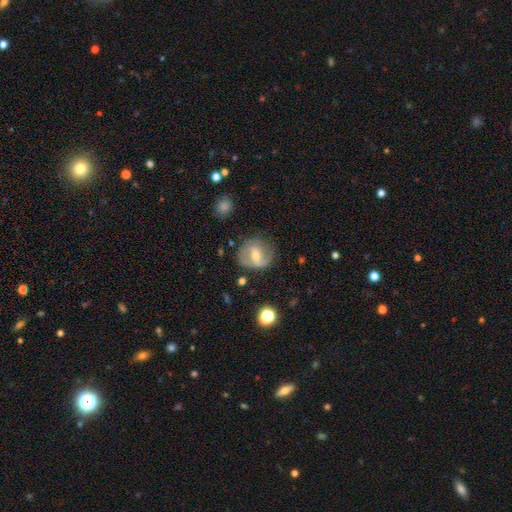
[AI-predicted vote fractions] Smooth or featured?
  - featured or disk: 79% *
  - smooth: 15%
  - star or artifact: 6%
Edge-on disk?
  - no: 97% *
  - yes: 3%
Bar?
  - weak: 50% *
  - strong: 28%
  - no: 22%
Spiral arms?
  - yes: 93% *
  - no: 7%
Spiral winding?
  - medium: 47% *
  - loose: 35%
  - tight: 19%
Spiral arm count?
  - 2: 81% *
  - 1: 9%
  - can't tell: 6%
  - 3: 2%
  - 4: 1%
  - more than 4: 1%
Bulge size?
  - moderate: 49% *
  - small: 46%
  - large: 2%
  - none: 2%
  - dominant: 1%
Merging?
  - none: 74% *
  - minor disturbance: 17%
  - major disturbance: 8%
  - merger: 2%